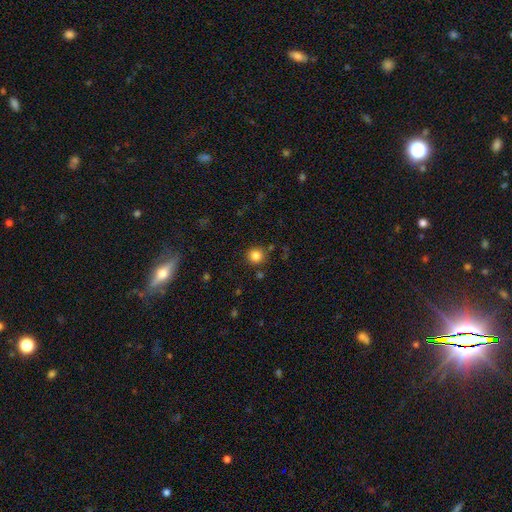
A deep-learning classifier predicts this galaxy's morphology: Overall: smooth (83%). How rounded: round (93%). Merging: none (86%).